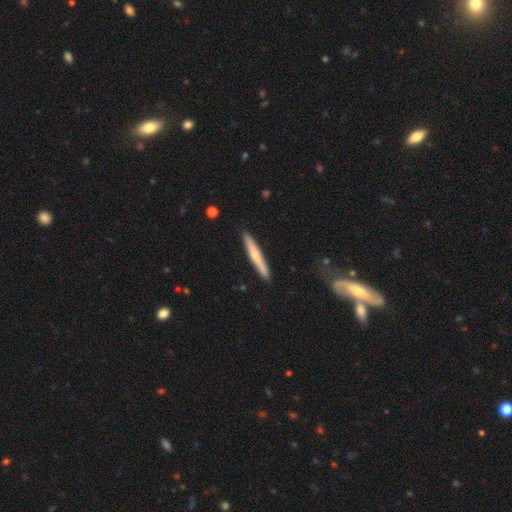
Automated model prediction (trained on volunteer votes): Overall: smooth (56%; featured or disk 39%). How rounded: cigar-shaped (95%). Merging: none (89%).